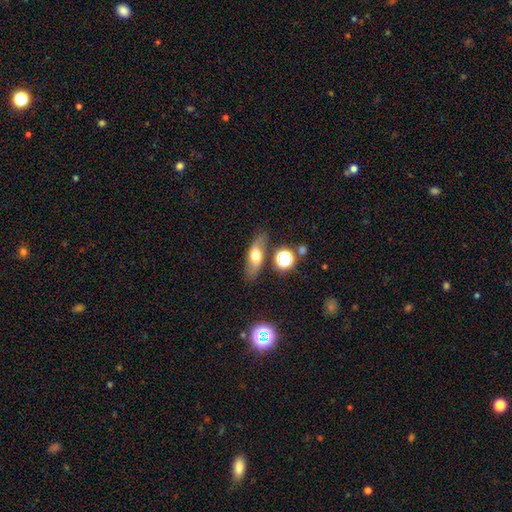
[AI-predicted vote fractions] smooth-or-featured: smooth: 56% | featured or disk: 34% | star or artifact: 11%
  how-rounded: in between: 58% | cigar-shaped: 32% | round: 9%
  merging: none: 75% | minor disturbance: 15% | merger: 5% | major disturbance: 5%